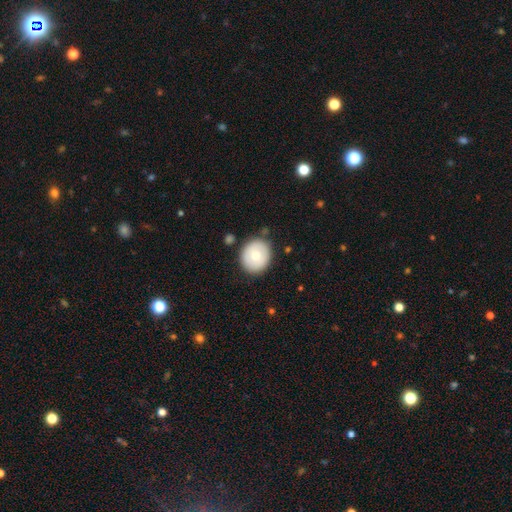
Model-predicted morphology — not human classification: smooth-or-featured: smooth: 68% | featured or disk: 25% | star or artifact: 7%
  how-rounded: round: 79% | in between: 20% | cigar-shaped: 1%
  merging: none: 84% | minor disturbance: 11% | major disturbance: 3% | merger: 3%